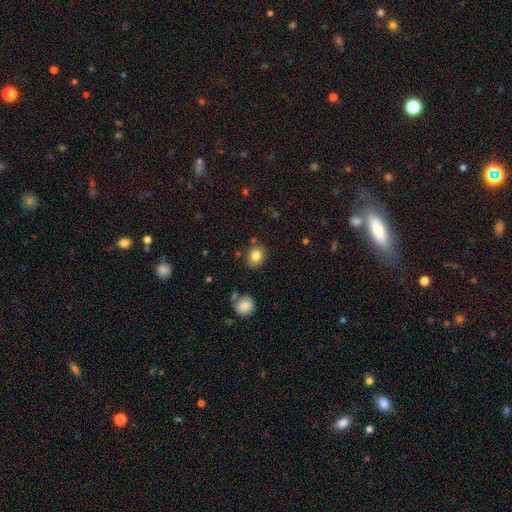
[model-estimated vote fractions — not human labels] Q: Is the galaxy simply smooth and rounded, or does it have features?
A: smooth — 82%.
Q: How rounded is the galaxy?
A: round — 59%.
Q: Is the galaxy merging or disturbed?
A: none — 82%.